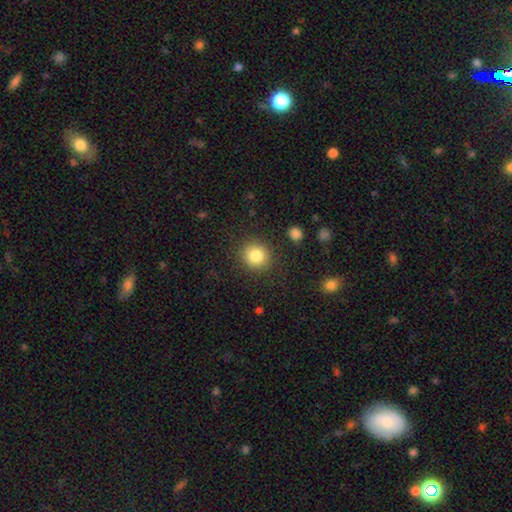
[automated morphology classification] The model was most divided on "smooth or featured": smooth: 83%, star or artifact: 10%, featured or disk: 7%. More confident: merging — none (88%); how rounded — round (88%).